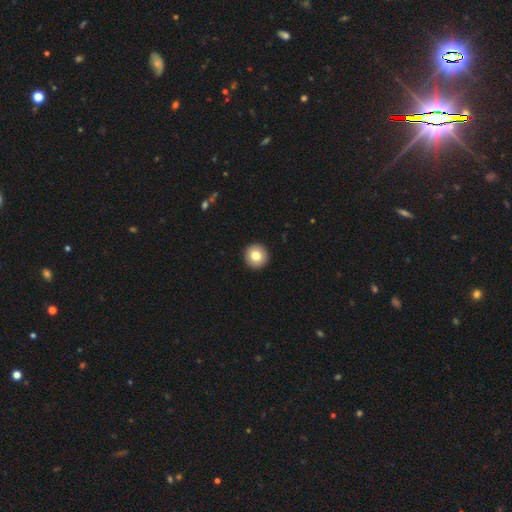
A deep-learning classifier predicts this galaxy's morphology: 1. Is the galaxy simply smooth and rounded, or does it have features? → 80% smooth, 12% featured or disk, 8% star or artifact.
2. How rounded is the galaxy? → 96% round, 3% in between, 1% cigar-shaped.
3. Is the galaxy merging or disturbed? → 94% none, 4% minor disturbance, 1% major disturbance, 1% merger.